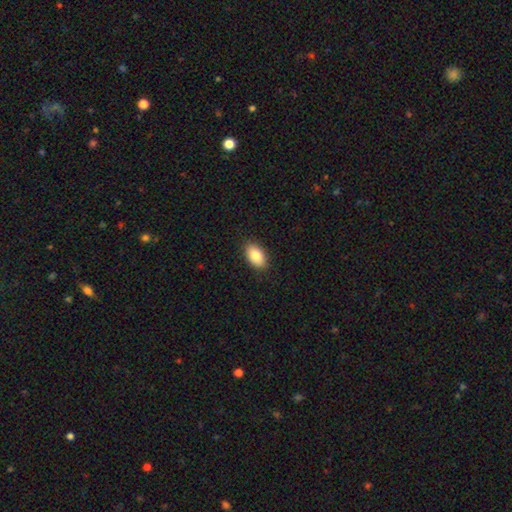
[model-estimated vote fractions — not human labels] A smooth galaxy with no disk features (86%) that is in between round and cigar-shaped (93%).

Vote fractions:
- Smooth or featured? smooth: 86% / featured or disk: 8% / star or artifact: 7%
- How rounded? in between: 93% / round: 5% / cigar-shaped: 2%
- Merging? none: 89% / minor disturbance: 8% / major disturbance: 2% / merger: 1%